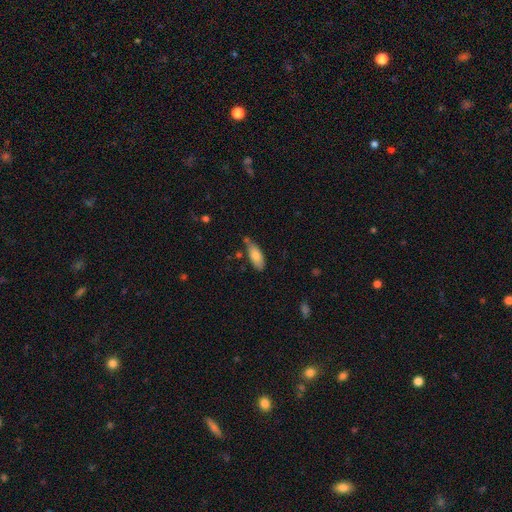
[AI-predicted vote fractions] smooth 76%, featured or disk 18%, star or artifact 7%. Down the decision tree: how rounded — in between (77%); merging — none (59%).